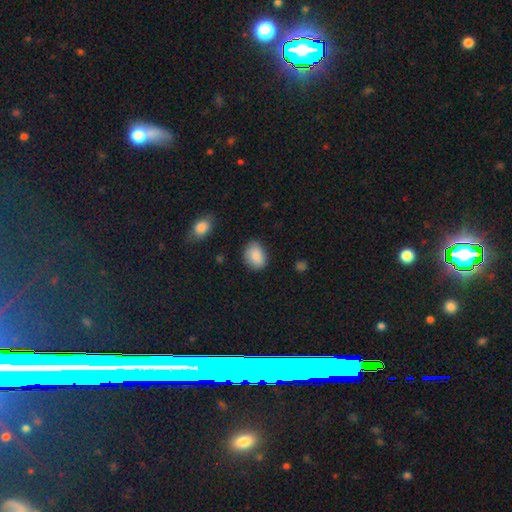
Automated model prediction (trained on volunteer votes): smooth 88%, star or artifact 7%, featured or disk 5%. Down the decision tree: how rounded — in between (71%); merging — none (74%).